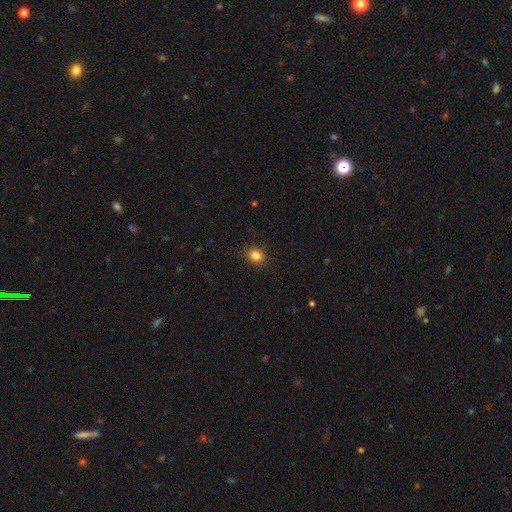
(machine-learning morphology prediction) type=smooth (84%); roundness=round (63%); merging=none (89%).